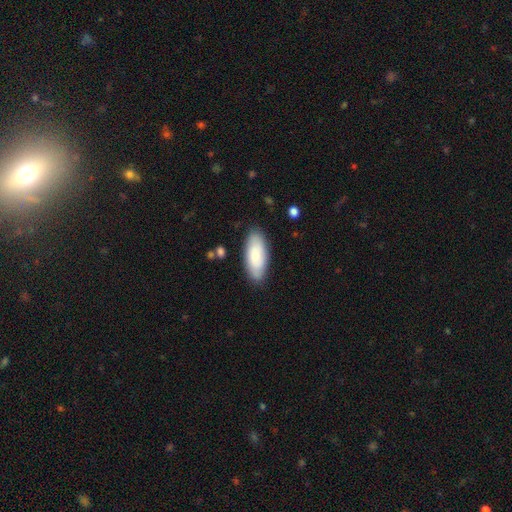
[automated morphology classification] Q: Smooth or featured?
A: smooth (74%); runner-up: featured or disk (20%)
Q: How rounded?
A: in between (85%); runner-up: cigar-shaped (13%)
Q: Merging?
A: none (84%); runner-up: minor disturbance (12%)